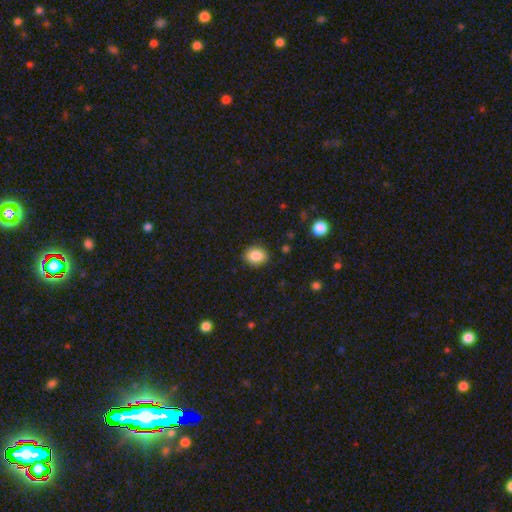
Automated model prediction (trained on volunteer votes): The model was most divided on "how rounded": in between: 59%, round: 40%, cigar-shaped: 1%. More confident: merging — none (87%); smooth or featured — smooth (86%).